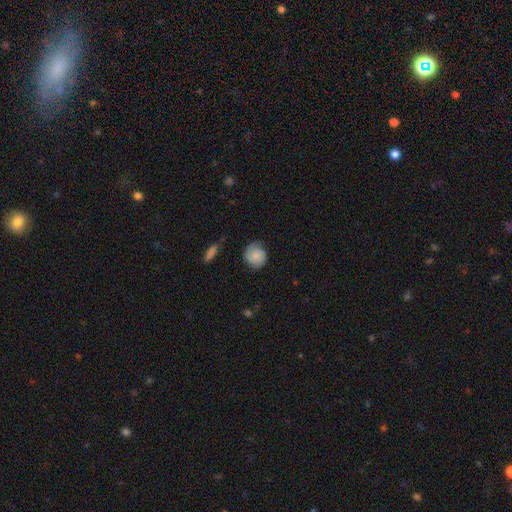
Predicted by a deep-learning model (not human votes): smooth 60%, featured or disk 32%, star or artifact 7%. Down the decision tree: how rounded — round (80%); merging — none (65%).